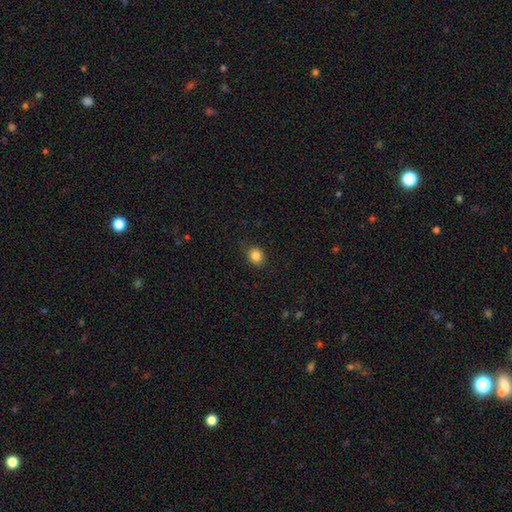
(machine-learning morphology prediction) The model was most divided on "how rounded": round: 67%, in between: 32%, cigar-shaped: 1%. More confident: smooth or featured — smooth (84%); merging — none (82%).